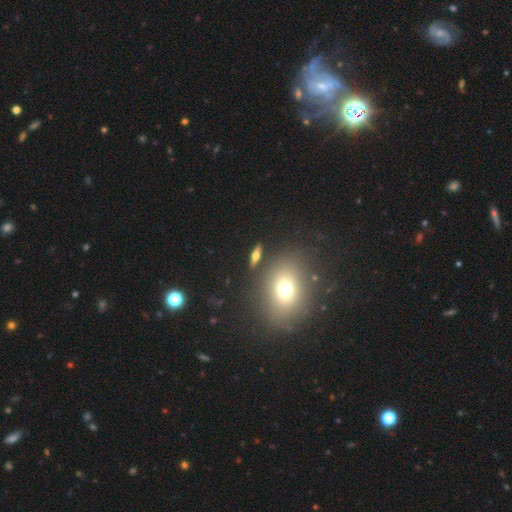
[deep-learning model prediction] Smooth or featured? smooth (43%)
Merging? none (85%)